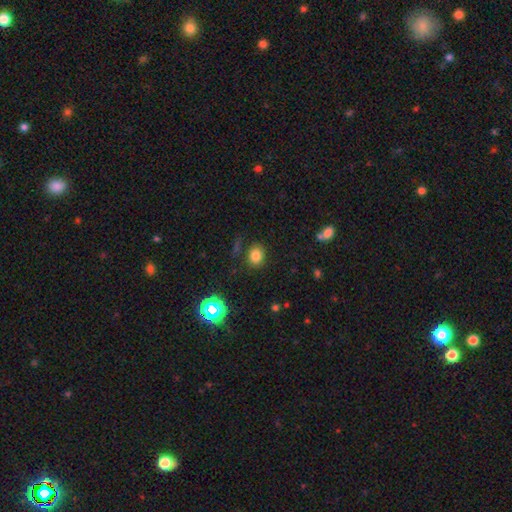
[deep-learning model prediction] Smooth or featured? smooth (79%)
How rounded? round (56%)
Merging? none (81%)